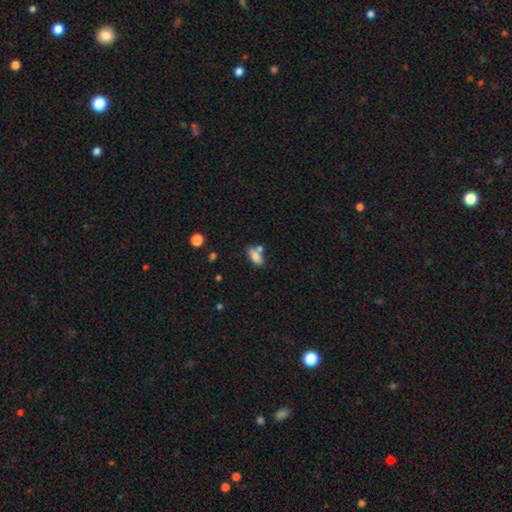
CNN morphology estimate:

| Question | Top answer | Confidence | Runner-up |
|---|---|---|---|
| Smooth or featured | smooth | 81% | featured or disk (11%) |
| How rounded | in between | 80% | cigar-shaped (17%) |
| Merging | none | 55% | merger (26%) |